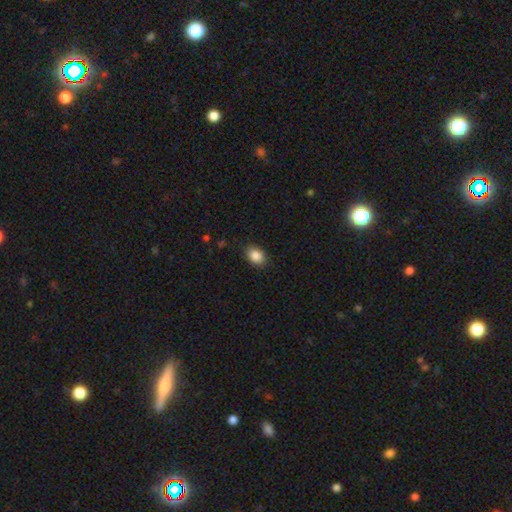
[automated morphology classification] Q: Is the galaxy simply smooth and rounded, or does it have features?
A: smooth — 87%.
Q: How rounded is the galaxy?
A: in between — 72%.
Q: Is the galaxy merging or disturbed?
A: none — 87%.